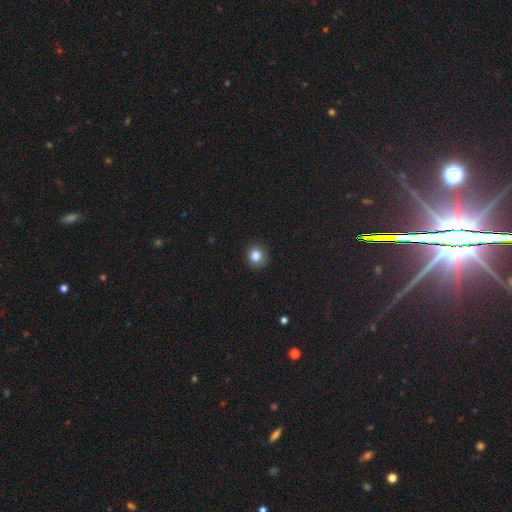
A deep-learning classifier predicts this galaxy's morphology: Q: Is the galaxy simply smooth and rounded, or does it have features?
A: smooth — 84%.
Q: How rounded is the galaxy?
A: round — 87%.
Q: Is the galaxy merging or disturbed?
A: none — 88%.